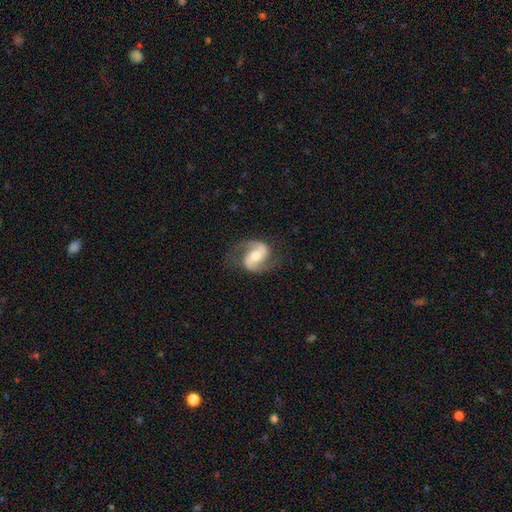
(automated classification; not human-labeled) A featured or disk galaxy (86%) with a weak bar (39%), 2 (93%) medium (51%) spiral arms (96%) and a moderate central bulge (62%).

Vote fractions:
- Smooth or featured? featured or disk: 86% / smooth: 9% / star or artifact: 5%
- Edge-on disk? no: 98% / yes: 2%
- Bar? weak: 39% / no: 33% / strong: 28%
- Spiral arms? yes: 96% / no: 4%
- Spiral winding? medium: 51% / loose: 35% / tight: 14%
- Spiral arm count? 2: 93% / can't tell: 2% / 1: 2% / 3: 1% / 4: 1% / more than 4: 1%
- Bulge size? moderate: 62% / small: 24% / large: 10% / none: 2% / dominant: 1%
- Merging? none: 75% / minor disturbance: 15% / major disturbance: 8% / merger: 1%